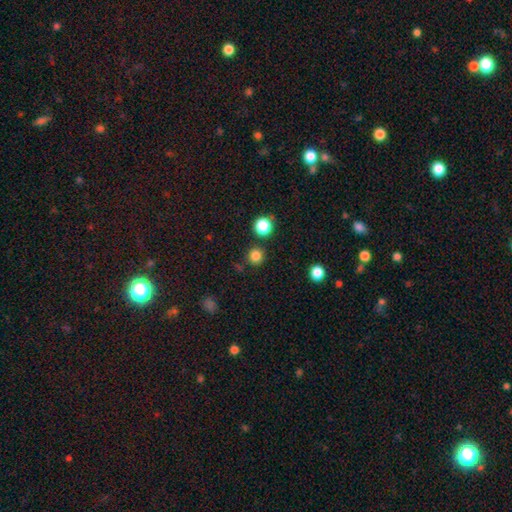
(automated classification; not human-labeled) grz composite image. It shows a smooth galaxy with no disk features (82%) that is round (94%). Merging: none (87%).